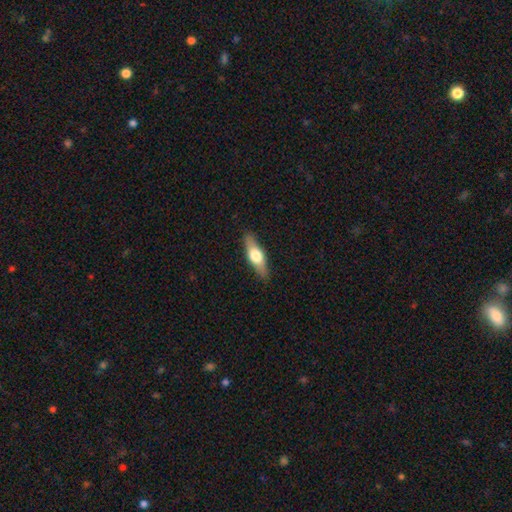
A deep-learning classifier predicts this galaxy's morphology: Smooth or featured?
  - smooth: 52% *
  - featured or disk: 42%
  - star or artifact: 6%
How rounded?
  - cigar-shaped: 51% *
  - in between: 46%
  - round: 3%
Merging?
  - none: 87% *
  - minor disturbance: 10%
  - major disturbance: 2%
  - merger: 1%